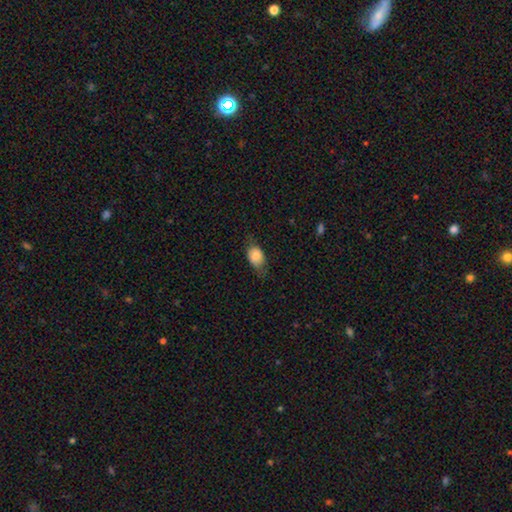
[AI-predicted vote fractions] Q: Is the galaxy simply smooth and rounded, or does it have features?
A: smooth — 81%.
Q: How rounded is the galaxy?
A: in between — 73%.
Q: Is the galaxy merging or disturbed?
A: none — 63%.